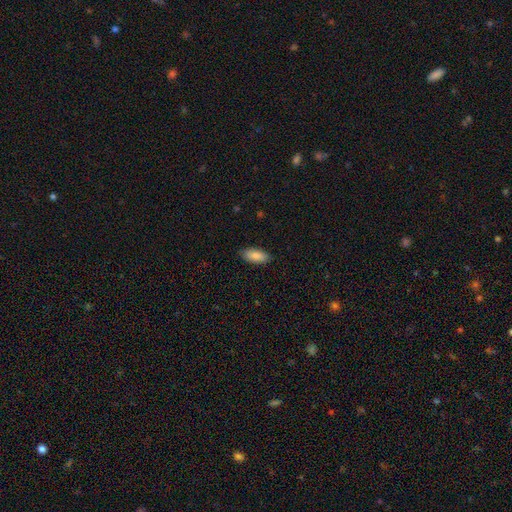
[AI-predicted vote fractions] This appears to be a smooth galaxy with no disk features (86%) that is in between round and cigar-shaped (86%). Merging: none (88%).